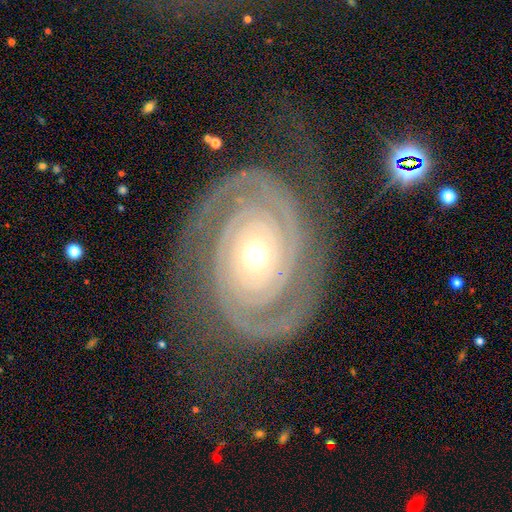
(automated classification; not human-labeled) Smooth or featured? featured or disk (91%)
Edge-on disk? no (97%)
Bar? no (83%)
Spiral arms? yes (97%)
Spiral winding? tight (83%)
Spiral arm count? 2 (74%)
Bulge size? moderate (49%)
Merging? none (79%)